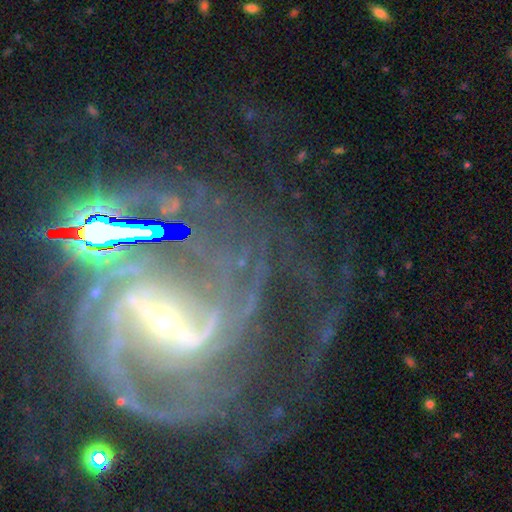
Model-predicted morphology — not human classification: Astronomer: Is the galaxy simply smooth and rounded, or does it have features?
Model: featured or disk — 87%.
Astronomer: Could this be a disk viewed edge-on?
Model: no — 97%.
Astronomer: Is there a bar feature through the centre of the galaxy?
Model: strong — 67%.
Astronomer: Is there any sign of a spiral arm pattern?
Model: yes — 97%.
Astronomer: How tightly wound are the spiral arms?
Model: medium — 48% (runner-up: tight, 34%).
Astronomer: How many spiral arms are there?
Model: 2 — 40% (runner-up: 3, 17%).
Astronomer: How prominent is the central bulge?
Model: small — 78%.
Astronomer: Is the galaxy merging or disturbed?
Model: none — 47% (runner-up: major disturbance, 29%).